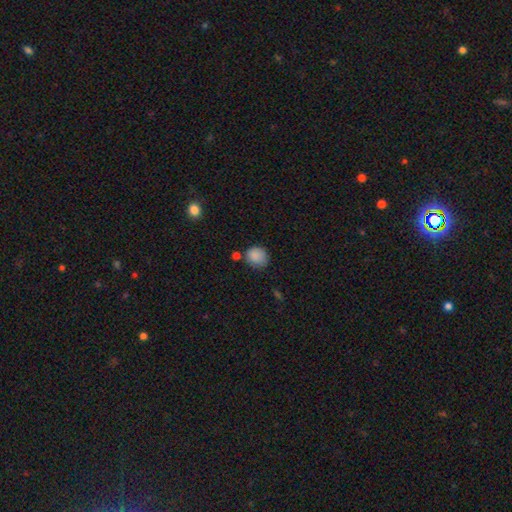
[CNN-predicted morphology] Q: Smooth or featured?
A: smooth (87%); runner-up: star or artifact (9%)
Q: How rounded?
A: round (76%); runner-up: in between (23%)
Q: Merging?
A: none (67%); runner-up: minor disturbance (19%)